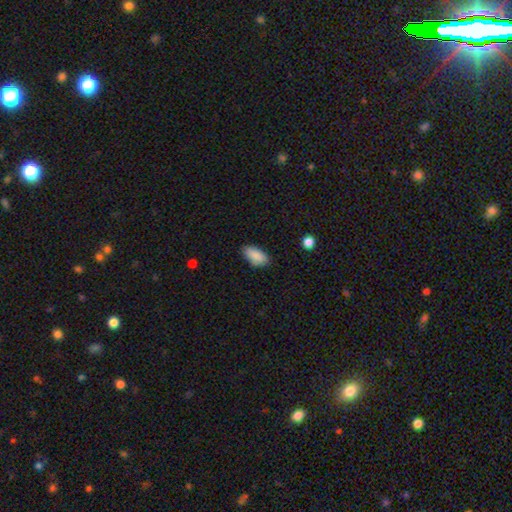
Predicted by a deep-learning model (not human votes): smooth 89%, star or artifact 7%, featured or disk 4%. Down the decision tree: how rounded — in between (92%); merging — none (83%).